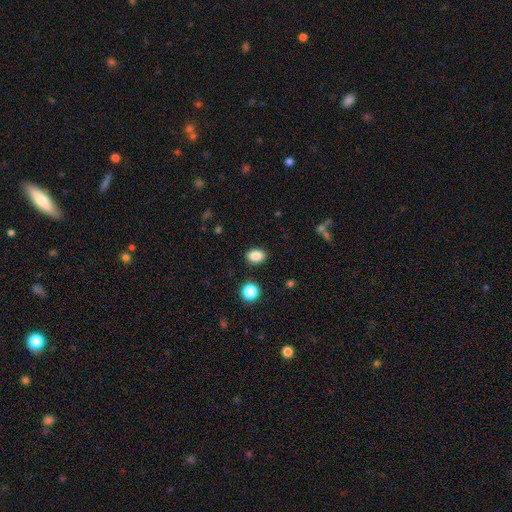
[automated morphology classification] Smooth or featured? Predicted: smooth (p=0.86). How rounded? Predicted: in between (p=0.73). Merging? Predicted: none (p=0.87).